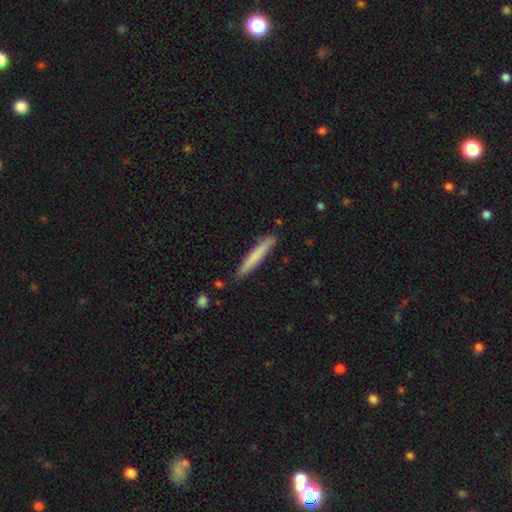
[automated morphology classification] Overall: smooth (72%). How rounded: cigar-shaped (96%). Merging: none (85%).